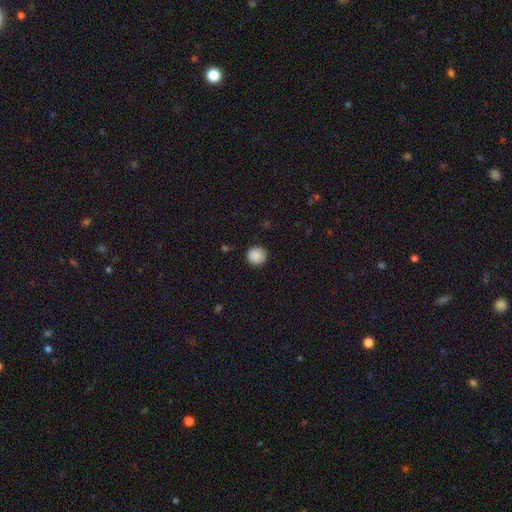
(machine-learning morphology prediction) Overall: smooth (89%). How rounded: round (92%). Merging: none (90%).